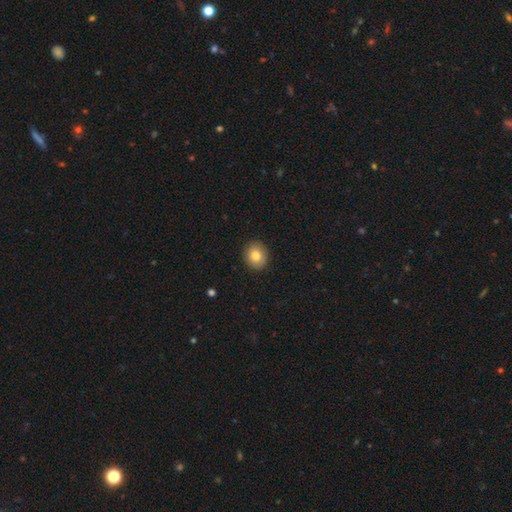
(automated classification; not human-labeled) Smooth or featured?
  - smooth: 82% *
  - featured or disk: 9%
  - star or artifact: 9%
How rounded?
  - round: 72% *
  - in between: 27%
  - cigar-shaped: 1%
Merging?
  - none: 90% *
  - minor disturbance: 7%
  - major disturbance: 2%
  - merger: 1%